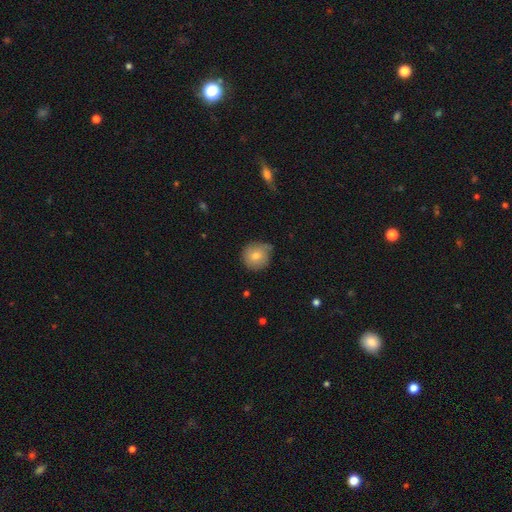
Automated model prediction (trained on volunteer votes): smooth 74%, featured or disk 17%, star or artifact 9%. Down the decision tree: how rounded — round (92%); merging — none (68%).